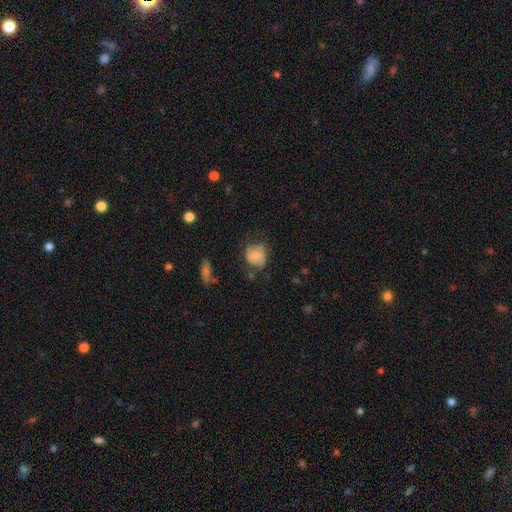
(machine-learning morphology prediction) A smooth galaxy with no disk features (70%) that is round (68%). Merging: none (49%).